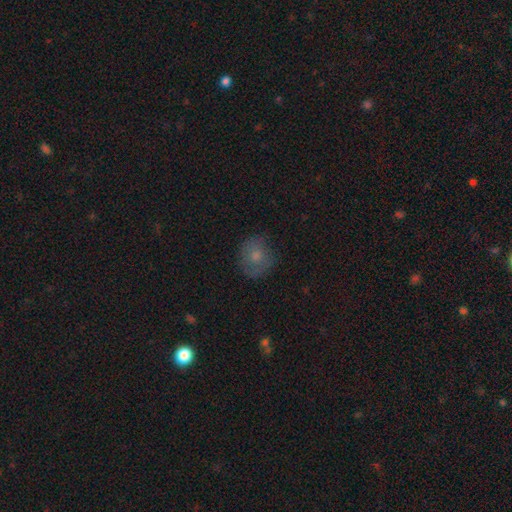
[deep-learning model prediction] This appears to be a smooth galaxy with no disk features (67%) that is round (79%). Merging: none (74%).